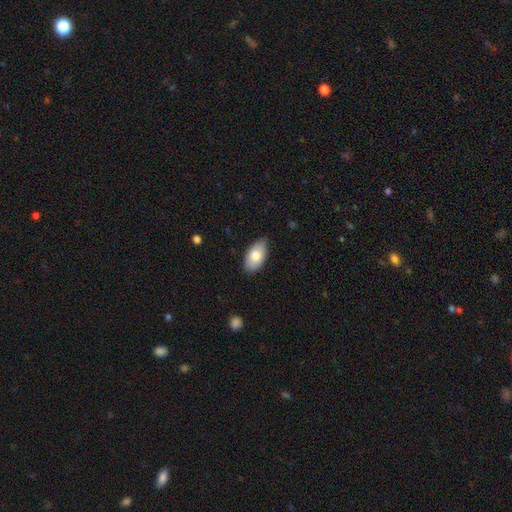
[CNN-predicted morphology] The model was most divided on "smooth or featured": smooth: 78%, featured or disk: 16%, star or artifact: 6%. More confident: how rounded — in between (94%); merging — none (81%).